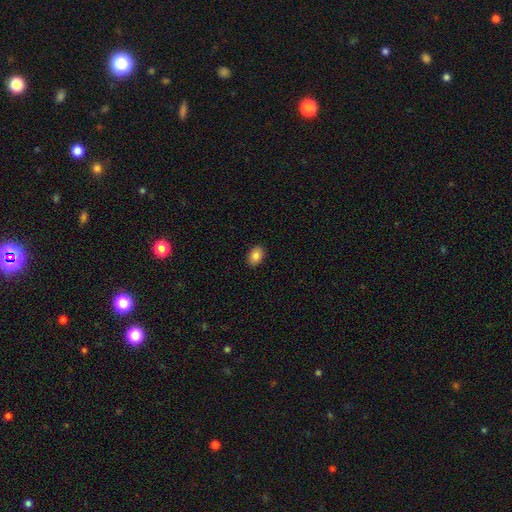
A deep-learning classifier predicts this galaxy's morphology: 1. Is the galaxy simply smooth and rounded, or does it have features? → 86% smooth, 8% star or artifact, 6% featured or disk.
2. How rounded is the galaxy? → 83% in between, 16% round, 1% cigar-shaped.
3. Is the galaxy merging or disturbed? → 90% none, 7% minor disturbance, 2% major disturbance, 1% merger.